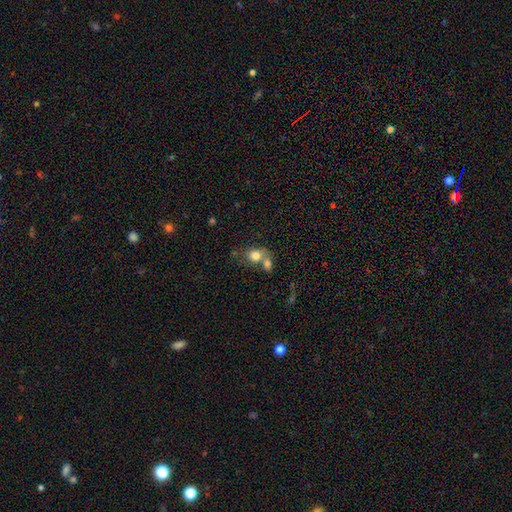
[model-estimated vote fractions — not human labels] A smooth galaxy with no disk features (77%) that is round (58%). Merging: merger (53%).